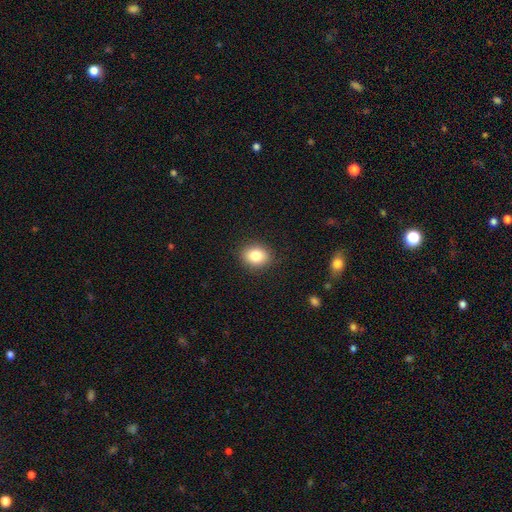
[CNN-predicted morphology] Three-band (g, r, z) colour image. It shows a smooth galaxy with no disk features (85%) that is in between round and cigar-shaped (52%). Merging: none (88%).